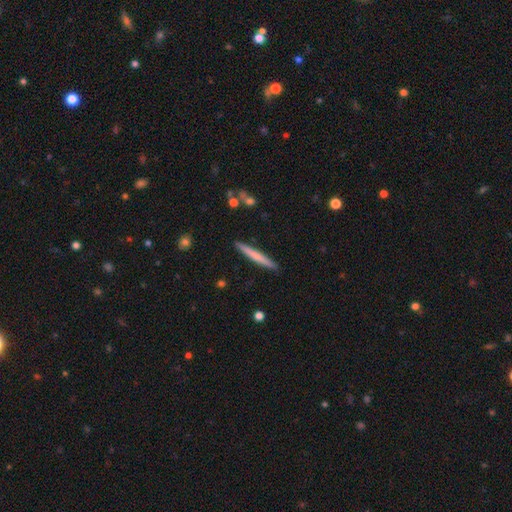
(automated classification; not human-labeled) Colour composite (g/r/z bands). It shows a smooth galaxy with no disk features (62%) that is cigar-shaped (96%). Merging: none (91%).